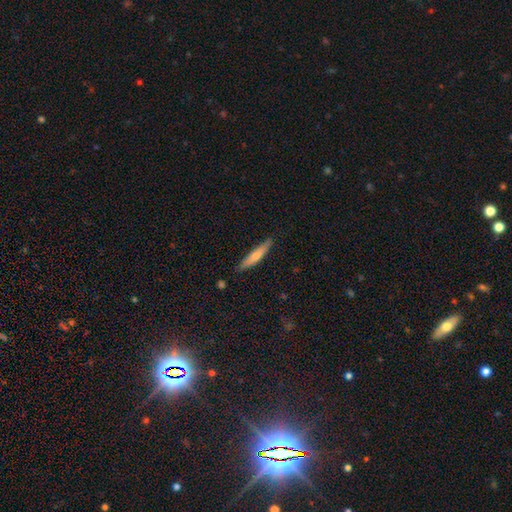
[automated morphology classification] A smooth galaxy with no disk features (65%) that is cigar-shaped (89%).

Vote fractions:
- Smooth or featured? smooth: 65% / featured or disk: 30% / star or artifact: 6%
- How rounded? cigar-shaped: 89% / in between: 9% / round: 1%
- Merging? none: 86% / minor disturbance: 10% / major disturbance: 2% / merger: 1%